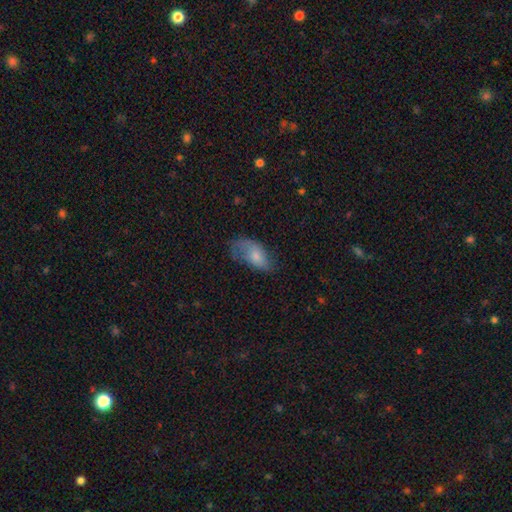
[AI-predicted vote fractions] Smooth or featured? smooth (65%)
How rounded? in between (93%)
Merging? none (39%)